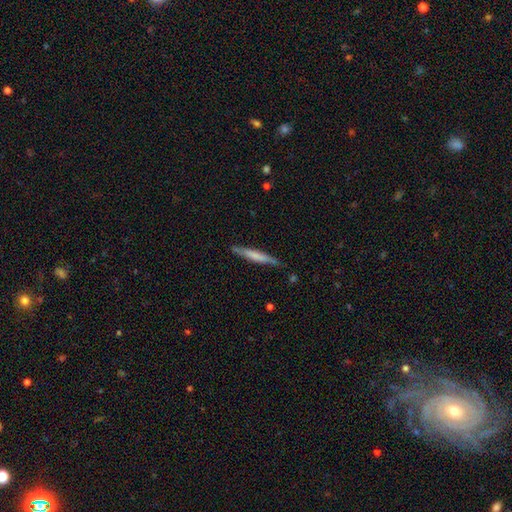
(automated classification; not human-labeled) Smooth or featured: smooth — 54% (featured or disk — 40%)
How rounded: cigar-shaped — 95% (in between — 4%)
Merging: none — 83% (minor disturbance — 13%)